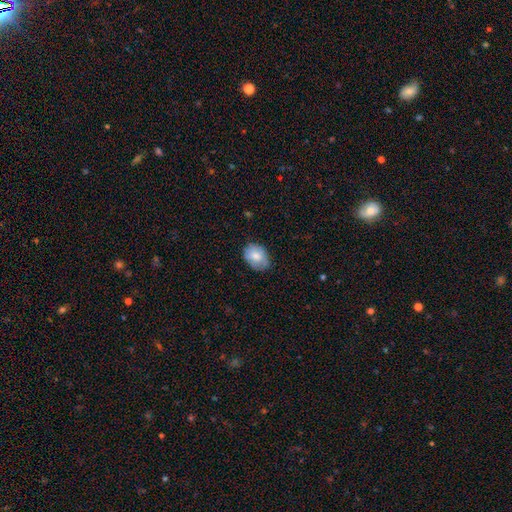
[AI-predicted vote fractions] smooth_or_featured: smooth (p=0.78) [alt: featured or disk p=0.15]
how_rounded: in between (p=0.72) [alt: round p=0.27]
merging: none (p=0.68) [alt: minor disturbance p=0.26]